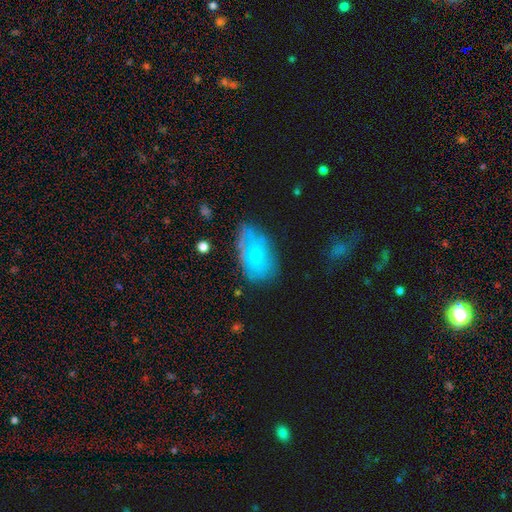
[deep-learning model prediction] Morphology: type=smooth (52%); roundness=in between (89%); merging=none (56%).